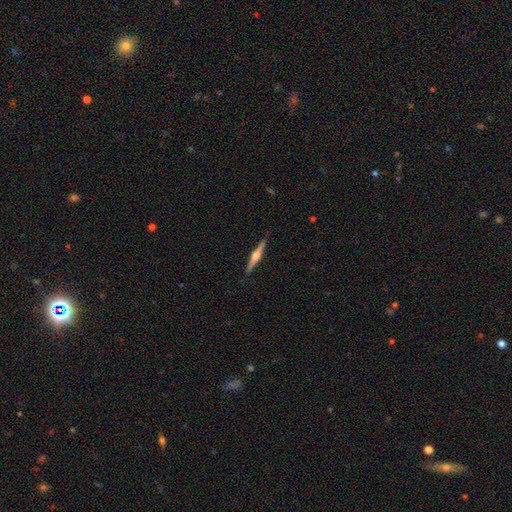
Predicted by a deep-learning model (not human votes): Overall: featured or disk (76%). Edge-on disk: yes (98%). Edge-on bulge: rounded (91%). Merging: none (90%).